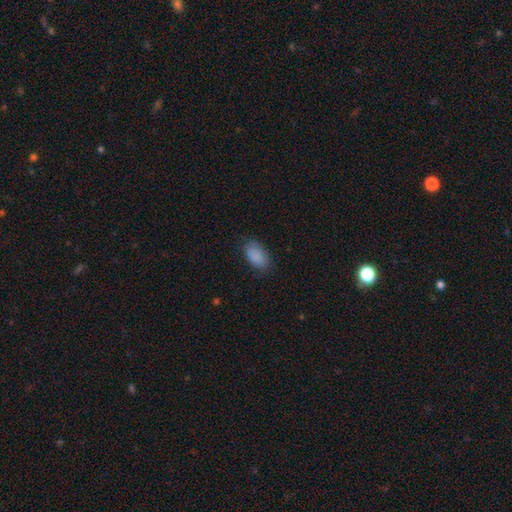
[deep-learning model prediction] This appears to be a smooth galaxy with no disk features (87%) that is in between round and cigar-shaped (92%). Merging: none (77%).